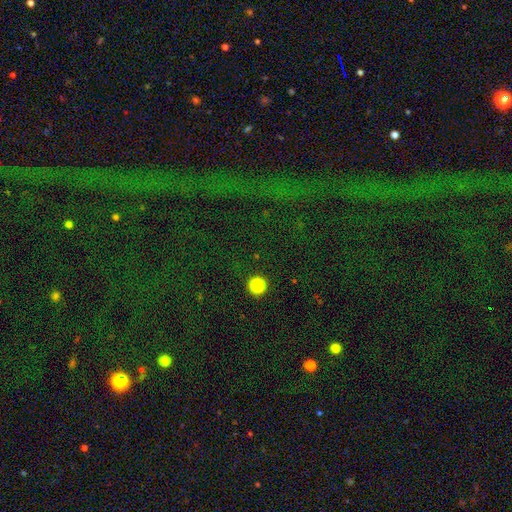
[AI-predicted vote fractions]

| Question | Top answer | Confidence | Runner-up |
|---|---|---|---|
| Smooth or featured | star or artifact | 80% | smooth (12%) |